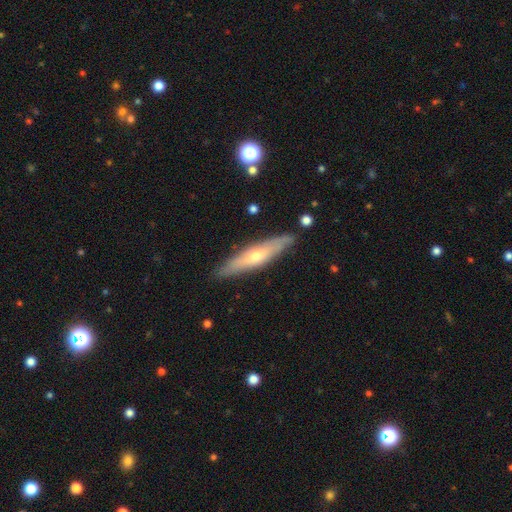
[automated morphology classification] This appears to be a featured or disk galaxy (52%) viewed edge-on (77%). Merging: none (85%).